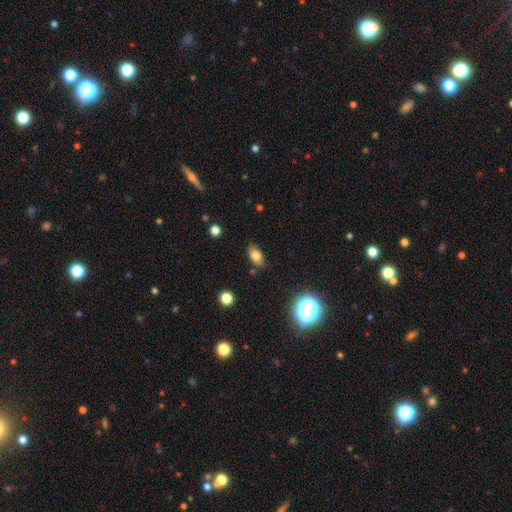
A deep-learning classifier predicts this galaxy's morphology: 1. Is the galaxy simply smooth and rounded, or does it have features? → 77% smooth, 12% featured or disk, 11% star or artifact.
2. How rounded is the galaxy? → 86% in between, 11% round, 3% cigar-shaped.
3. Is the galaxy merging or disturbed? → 81% none, 13% minor disturbance, 3% merger, 3% major disturbance.